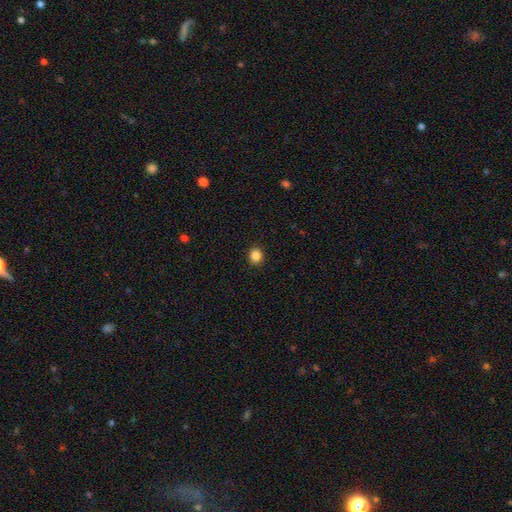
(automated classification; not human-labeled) Smooth or featured? Predicted: smooth (p=0.86). How rounded? Predicted: round (p=0.78). Merging? Predicted: none (p=0.92).